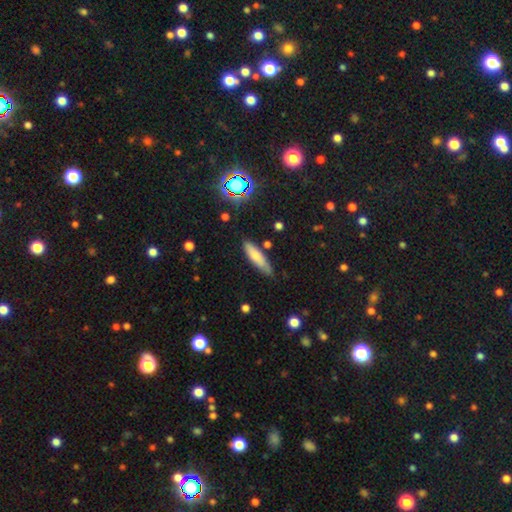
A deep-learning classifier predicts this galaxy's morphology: The model was most divided on "how rounded": cigar-shaped: 64%, in between: 34%, round: 2%. More confident: merging — none (75%); smooth or featured — smooth (71%).